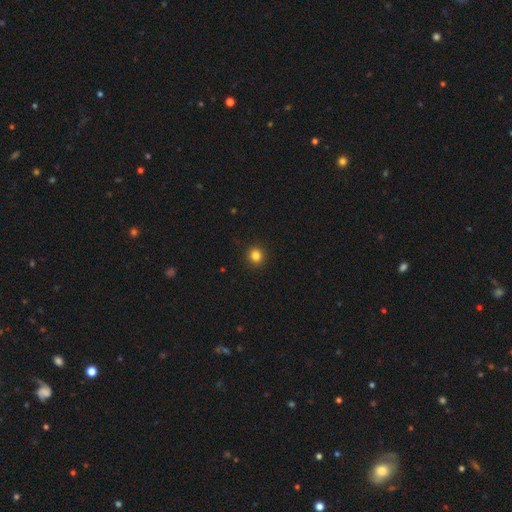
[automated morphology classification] A smooth galaxy with no disk features (83%) that is round (90%).

Vote fractions:
- Smooth or featured? smooth: 83% / star or artifact: 13% / featured or disk: 4%
- How rounded? round: 90% / in between: 9% / cigar-shaped: 1%
- Merging? none: 93% / minor disturbance: 5% / major disturbance: 2% / merger: 1%